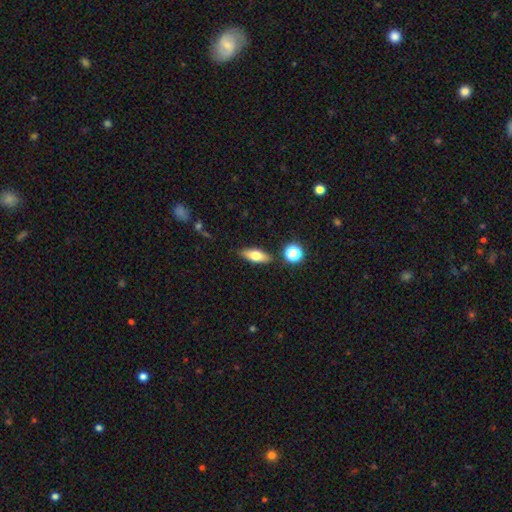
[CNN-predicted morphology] Smooth or featured: smooth — 64% (featured or disk — 27%)
How rounded: in between — 69% (cigar-shaped — 25%)
Merging: none — 84% (minor disturbance — 10%)